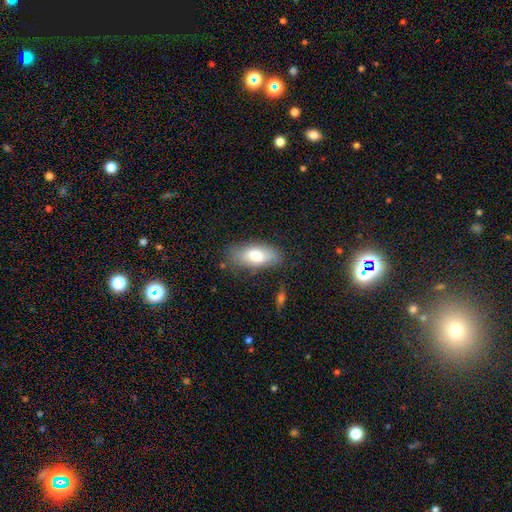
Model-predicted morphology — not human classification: This appears to be a smooth galaxy with no disk features (75%) that is in between round and cigar-shaped (87%). Merging: none (73%).